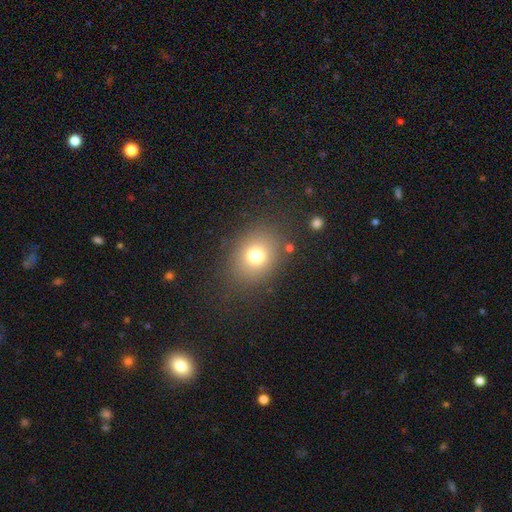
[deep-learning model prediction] smooth 74%, star or artifact 15%, featured or disk 11%. Down the decision tree: how rounded — round (60%); merging — none (80%).